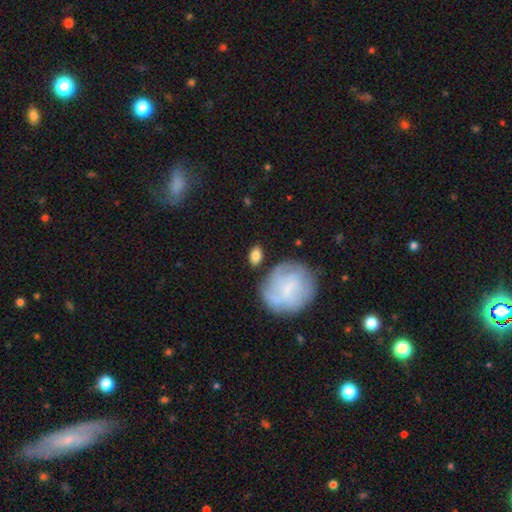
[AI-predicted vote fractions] A smooth galaxy with no disk features (79%) that is in between round and cigar-shaped (80%). Merging: none (77%).